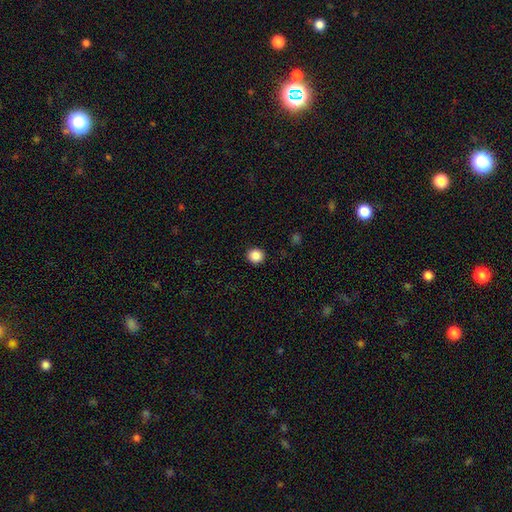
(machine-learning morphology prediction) Smooth or featured?
  - smooth: 87% *
  - star or artifact: 10%
  - featured or disk: 3%
How rounded?
  - round: 93% *
  - in between: 6%
  - cigar-shaped: 1%
Merging?
  - none: 93% *
  - minor disturbance: 4%
  - major disturbance: 2%
  - merger: 1%